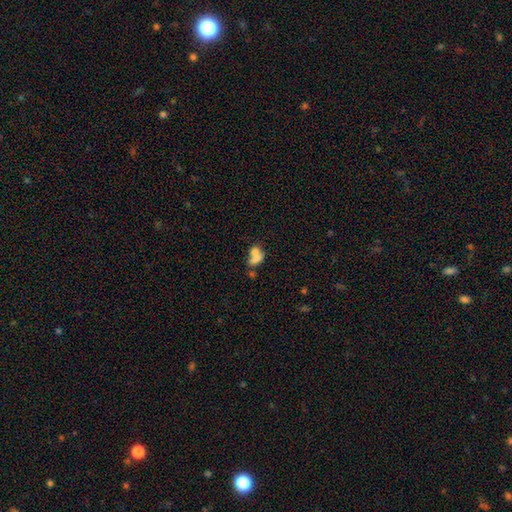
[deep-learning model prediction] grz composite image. It shows a smooth galaxy with no disk features (66%) that is in between round and cigar-shaped (67%). Merging: merger (62%).